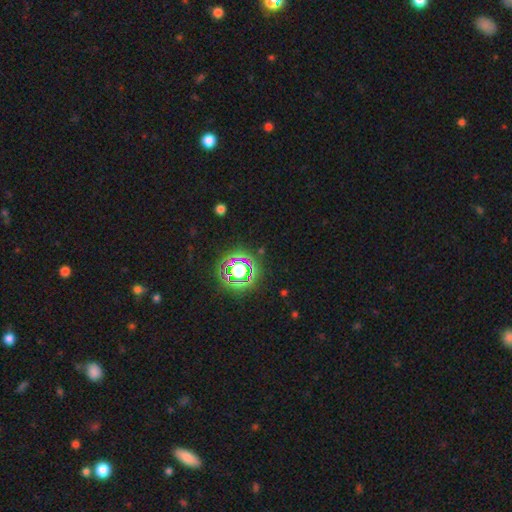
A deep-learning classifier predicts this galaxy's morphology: The model was most divided on "smooth or featured": star or artifact: 81%, smooth: 12%, featured or disk: 7%.